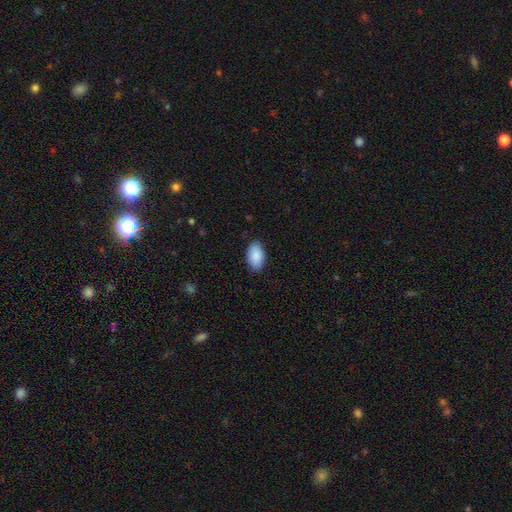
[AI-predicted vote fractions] smooth 90%, star or artifact 6%, featured or disk 4%. Down the decision tree: how rounded — in between (95%); merging — none (87%).